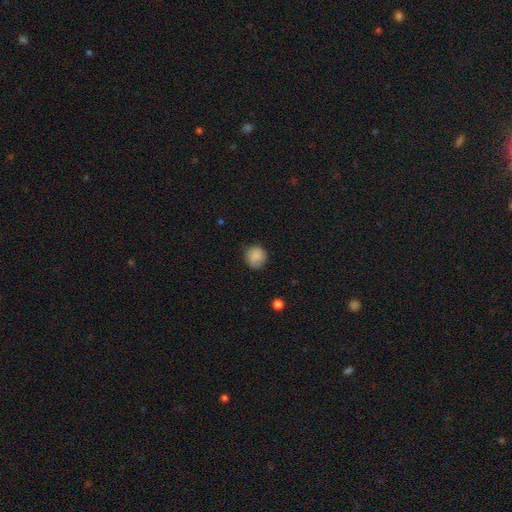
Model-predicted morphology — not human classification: smooth-or-featured: smooth: 84% | star or artifact: 9% | featured or disk: 7%
  how-rounded: round: 87% | in between: 12% | cigar-shaped: 1%
  merging: none: 76% | minor disturbance: 18% | major disturbance: 4% | merger: 1%